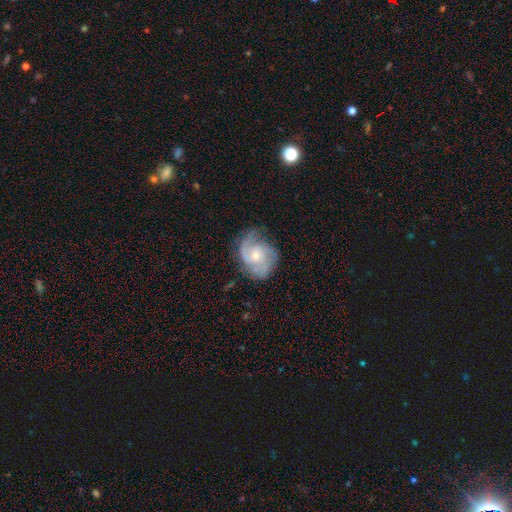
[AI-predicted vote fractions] Smooth or featured: featured or disk — 81% (smooth — 13%)
Edge-on disk: no — 98% (yes — 2%)
Bar: no — 62% (weak — 34%)
Spiral arms: yes — 95% (no — 5%)
Spiral winding: medium — 47% (tight — 35%)
Spiral arm count: 2 — 56% (can't tell — 16%)
Bulge size: small — 53% (moderate — 41%)
Merging: none — 61% (minor disturbance — 24%)